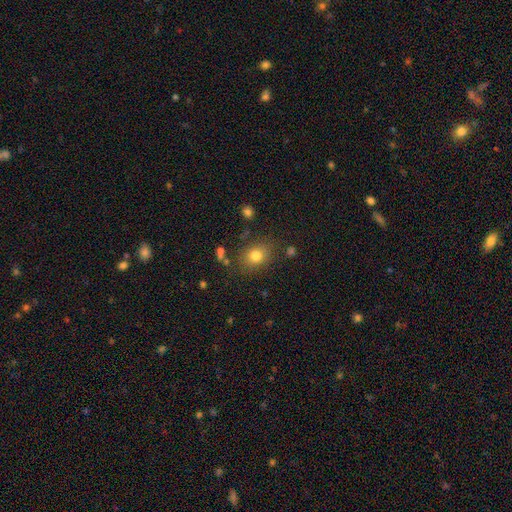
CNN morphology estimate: smooth 79%, star or artifact 12%, featured or disk 9%. Down the decision tree: how rounded — in between (51%); merging — none (79%).